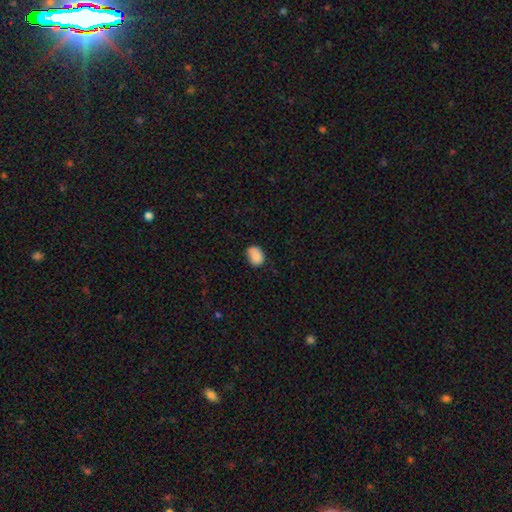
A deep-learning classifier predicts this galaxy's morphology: A smooth galaxy with no disk features (86%) that is in between round and cigar-shaped (68%). Merging: none (64%).